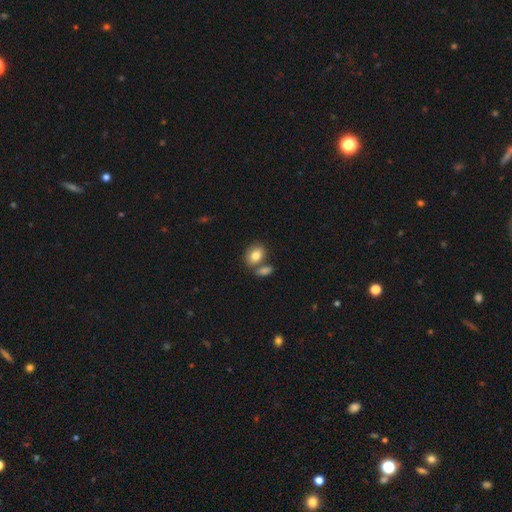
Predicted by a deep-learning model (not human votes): Smooth or featured?
  - smooth: 81% *
  - featured or disk: 11%
  - star or artifact: 8%
How rounded?
  - in between: 71% *
  - round: 27%
  - cigar-shaped: 2%
Merging?
  - none: 53% *
  - merger: 32%
  - minor disturbance: 12%
  - major disturbance: 3%